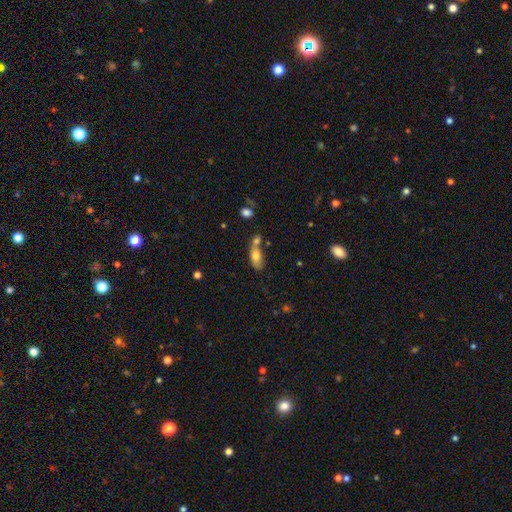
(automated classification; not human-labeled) Q: Smooth or featured?
A: smooth (75%); runner-up: featured or disk (16%)
Q: How rounded?
A: in between (84%); runner-up: cigar-shaped (12%)
Q: Merging?
A: merger (41%); runner-up: none (37%)